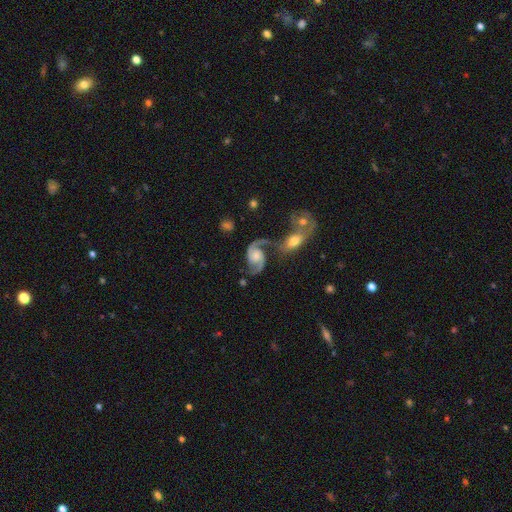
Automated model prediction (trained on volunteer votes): Smooth or featured? featured or disk (91%)
Edge-on disk? no (98%)
Bar? no (63%)
Spiral arms? yes (98%)
Spiral winding? medium (55%)
Spiral arm count? 2 (93%)
Bulge size? moderate (38%)
Merging? none (55%)